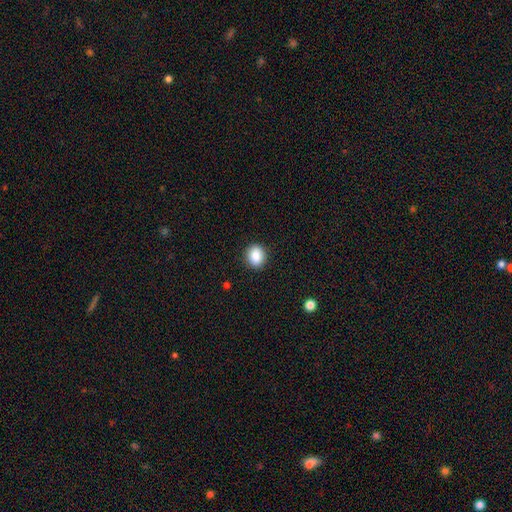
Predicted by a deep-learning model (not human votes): smooth_or_featured: smooth (p=0.86) [alt: star or artifact p=0.09]
how_rounded: round (p=0.71) [alt: in between p=0.28]
merging: none (p=0.90) [alt: minor disturbance p=0.07]